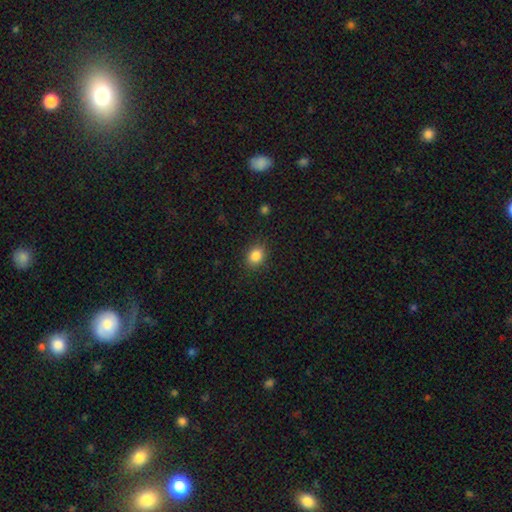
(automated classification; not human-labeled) Smooth or featured: smooth — 86% (star or artifact — 10%)
How rounded: round — 58% (in between — 41%)
Merging: none — 87% (minor disturbance — 9%)